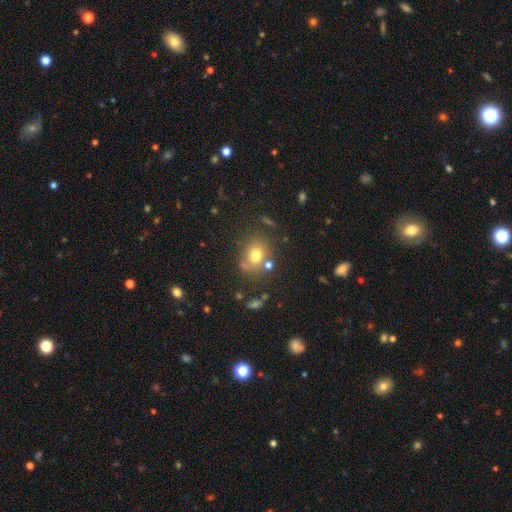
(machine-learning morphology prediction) A smooth galaxy with no disk features (72%) that is round (64%). Merging: none (66%).